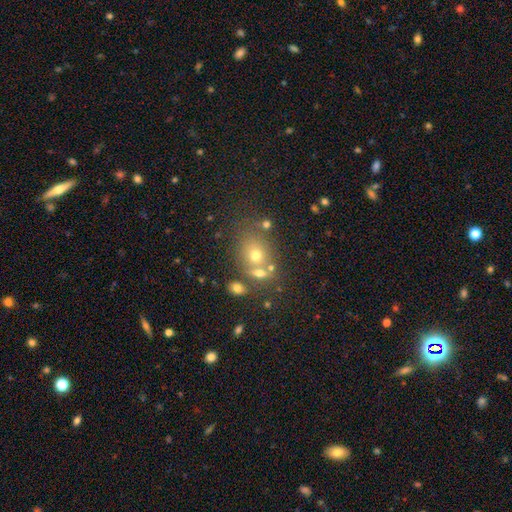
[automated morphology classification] This is likely a smooth galaxy (63%). How rounded: likely round (61%). Merging: possibly none (53%).